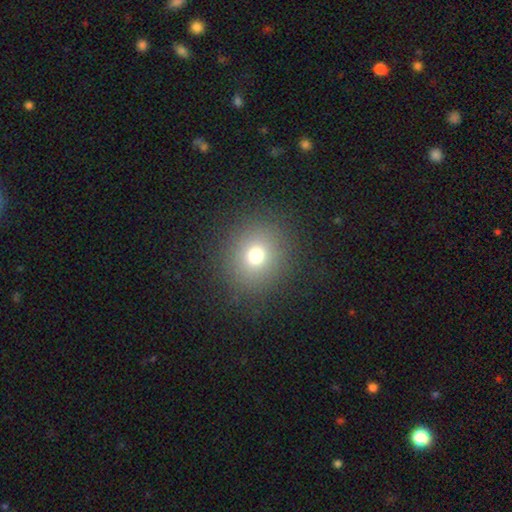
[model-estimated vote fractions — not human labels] This is likely a smooth galaxy (72%). How rounded: clearly round (83%). Merging: clearly none (87%).